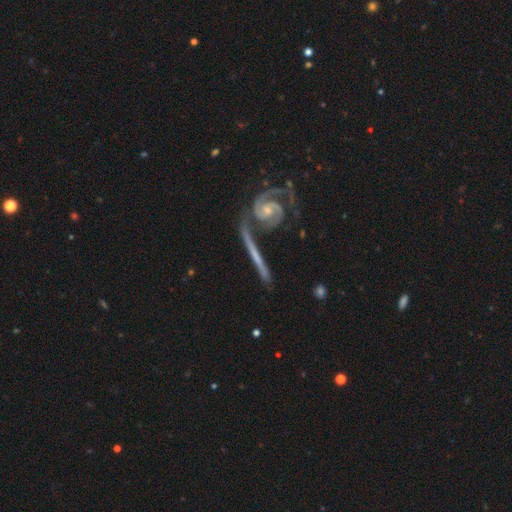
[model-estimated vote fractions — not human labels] Overall: featured or disk (75%). Edge-on disk: yes (57%; no 43%). Merging: none (61%).